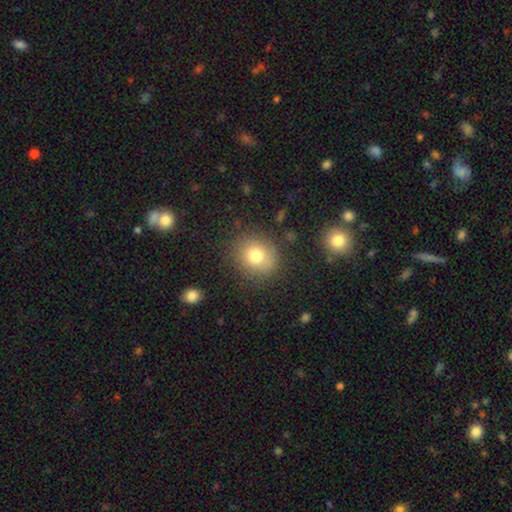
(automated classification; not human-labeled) smooth_or_featured: smooth (p=0.76) [alt: star or artifact p=0.12]
how_rounded: round (p=0.75) [alt: in between p=0.24]
merging: none (p=0.82) [alt: minor disturbance p=0.12]